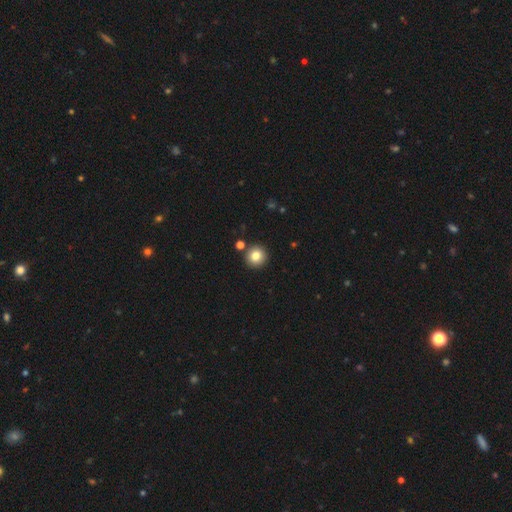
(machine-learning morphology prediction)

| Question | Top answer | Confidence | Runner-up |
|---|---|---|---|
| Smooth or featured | smooth | 82% | star or artifact (11%) |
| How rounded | round | 94% | in between (5%) |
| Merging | none | 87% | minor disturbance (6%) |